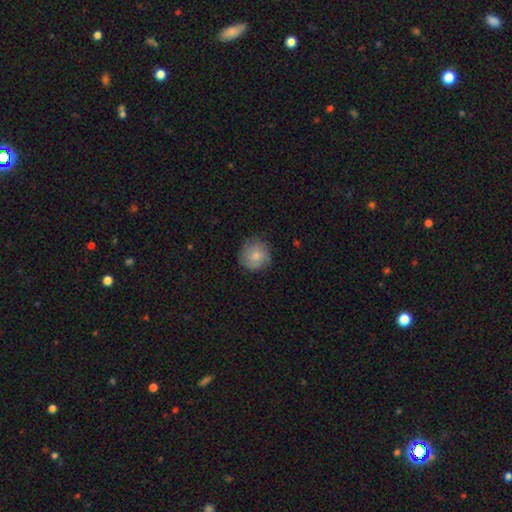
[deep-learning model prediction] Smooth or featured: smooth — 73% (featured or disk — 20%)
How rounded: round — 92% (in between — 7%)
Merging: none — 78% (minor disturbance — 17%)